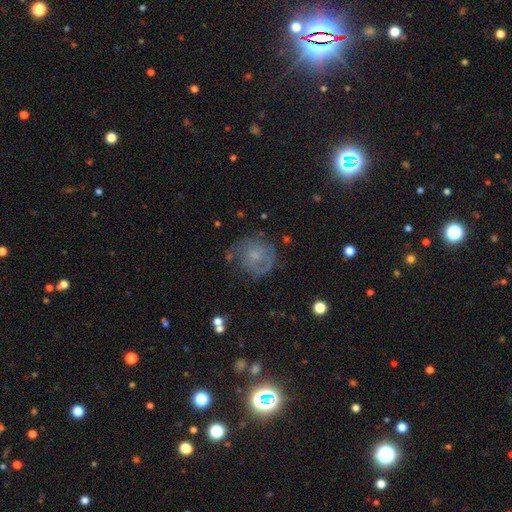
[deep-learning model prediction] Smooth or featured? featured or disk (52%)
Edge-on disk? no (97%)
Bar? no (79%)
Spiral arms? yes (66%)
Bulge size? small (54%)
Merging? none (58%)